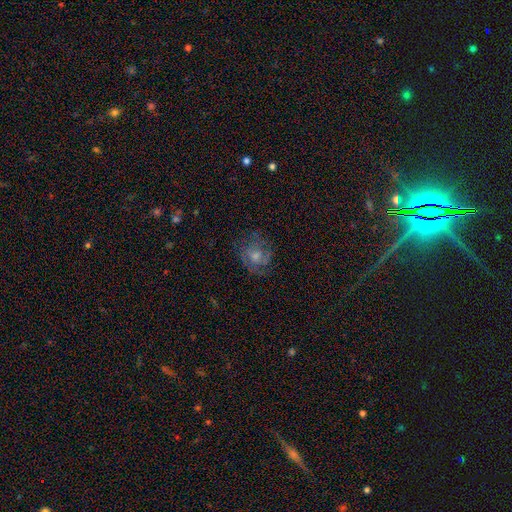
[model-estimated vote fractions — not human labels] Overall: featured or disk (52%; smooth 38%). Edge-on disk: no (97%). Bar: no (68%). Spiral arms: yes (68%; no 32%). Bulge size: moderate (42%; small 36%). Merging: none (59%; minor disturbance 21%).